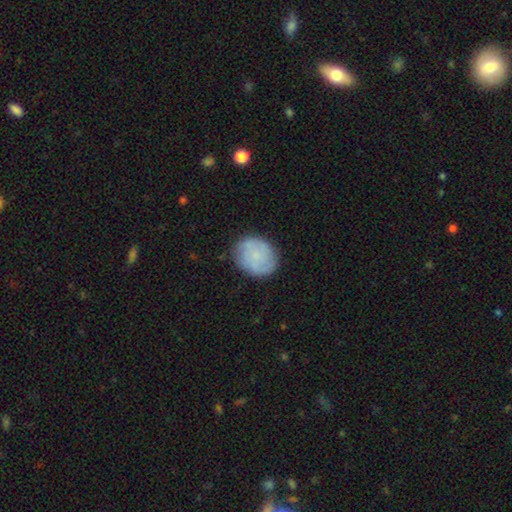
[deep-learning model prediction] smooth-or-featured: smooth: 52% | featured or disk: 40% | star or artifact: 8%
  how-rounded: round: 62% | in between: 37% | cigar-shaped: 1%
  merging: none: 80% | minor disturbance: 15% | major disturbance: 4% | merger: 1%